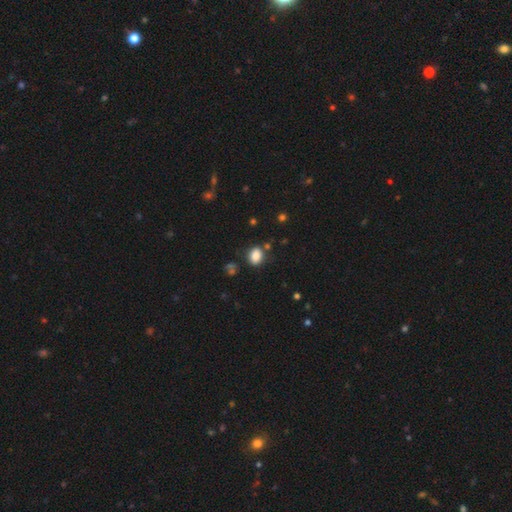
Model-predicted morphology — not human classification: This appears to be a smooth galaxy with no disk features (85%) that is in between round and cigar-shaped (66%). Merging: none (78%).